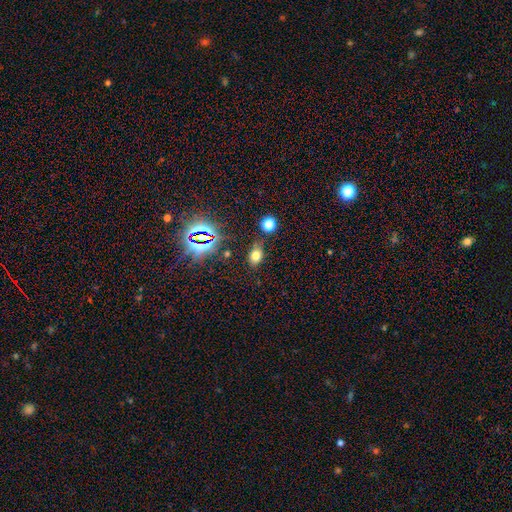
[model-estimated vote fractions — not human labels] Overall: smooth (66%). How rounded: in between (75%). Merging: none (76%).